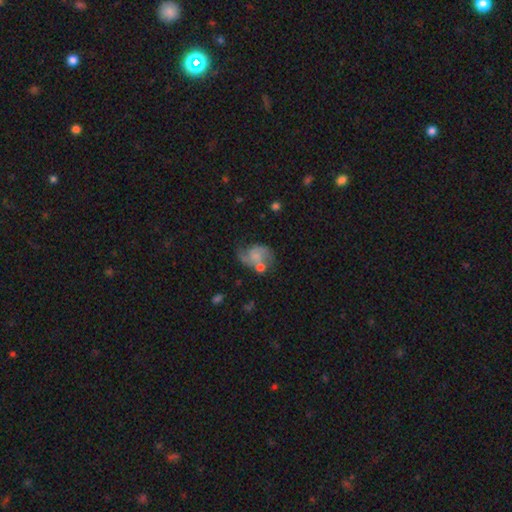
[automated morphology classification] Smooth or featured? featured or disk (65%)
Edge-on disk? no (98%)
Bar? no (69%)
Spiral arms? yes (88%)
Spiral winding? medium (44%)
Spiral arm count? 2 (81%)
Bulge size? small (40%)
Merging? none (40%)